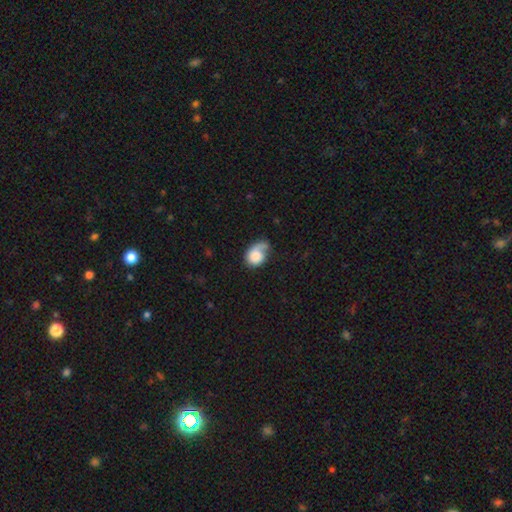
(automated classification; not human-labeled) Smooth or featured? smooth (67%)
How rounded? in between (61%)
Merging? none (34%)